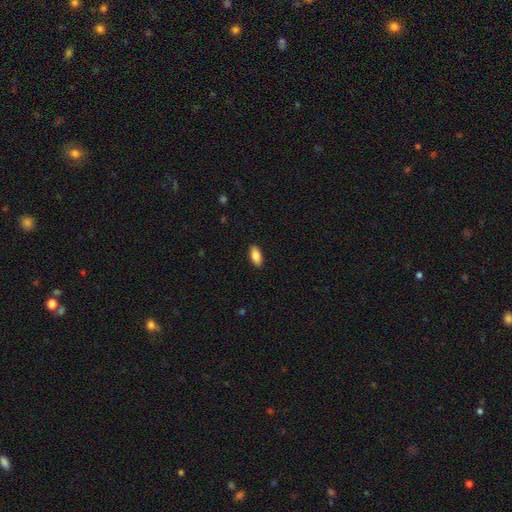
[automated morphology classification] A smooth galaxy with no disk features (87%) that is in between round and cigar-shaped (91%). Merging: none (90%).